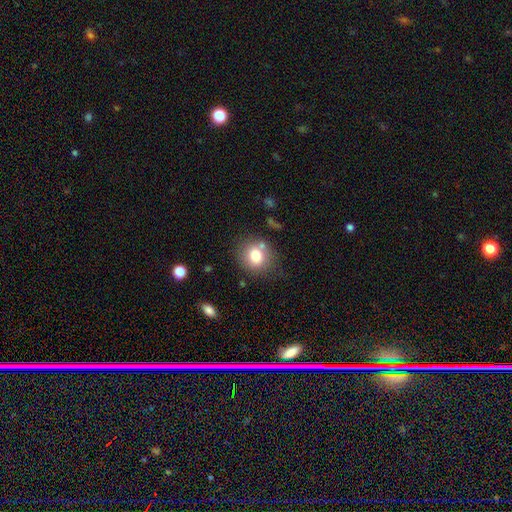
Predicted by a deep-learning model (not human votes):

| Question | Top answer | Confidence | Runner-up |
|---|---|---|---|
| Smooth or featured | smooth | 78% | featured or disk (12%) |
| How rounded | round | 77% | in between (23%) |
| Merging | none | 70% | minor disturbance (16%) |